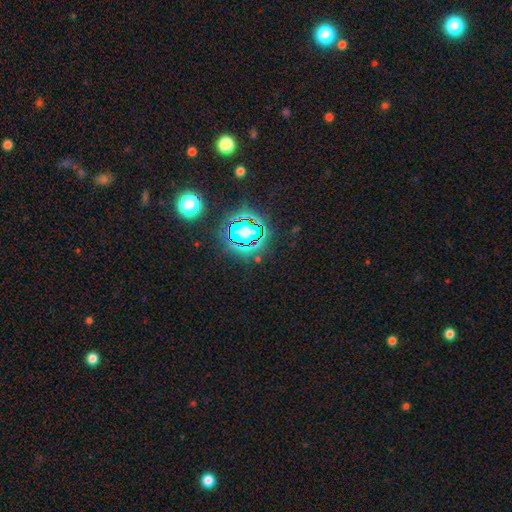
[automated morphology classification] Smooth or featured? star or artifact (72%)